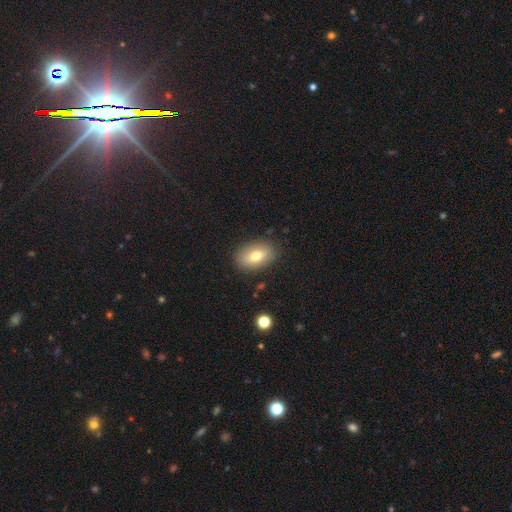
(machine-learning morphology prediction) This is likely a smooth galaxy (72%). How rounded: clearly in between (88%). Merging: clearly none (86%).